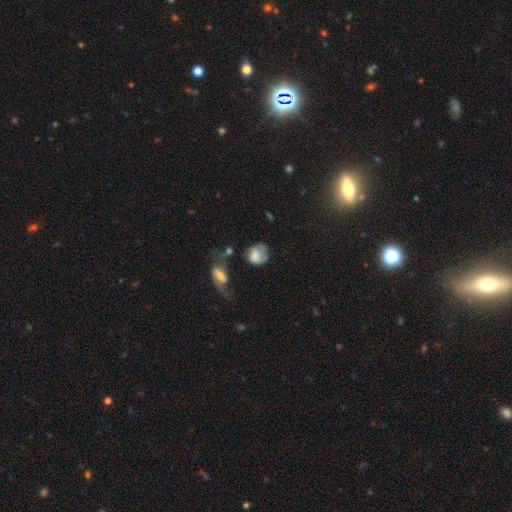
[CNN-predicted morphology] Smooth or featured? smooth (60%)
How rounded? round (52%)
Merging? none (33%)